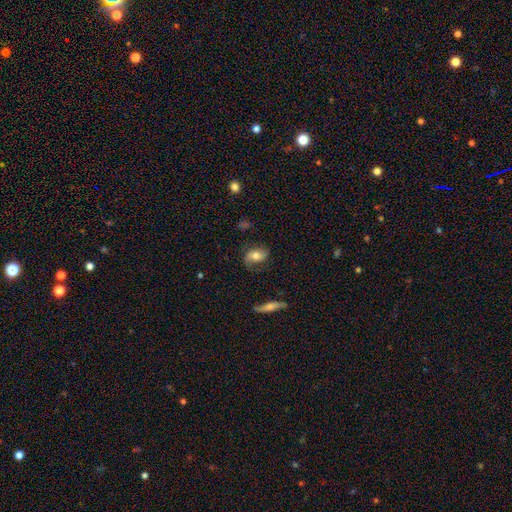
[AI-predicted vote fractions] This is possibly a featured or disk galaxy (48%). Merging: likely none (68%).